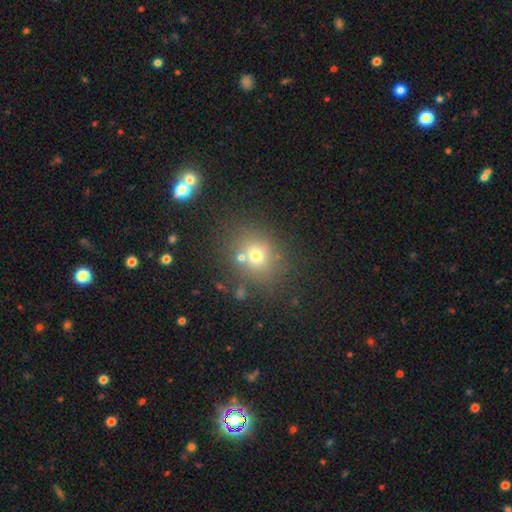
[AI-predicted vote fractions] Q: Smooth or featured?
A: smooth (67%); runner-up: star or artifact (19%)
Q: How rounded?
A: round (71%); runner-up: in between (29%)
Q: Merging?
A: none (70%); runner-up: merger (13%)